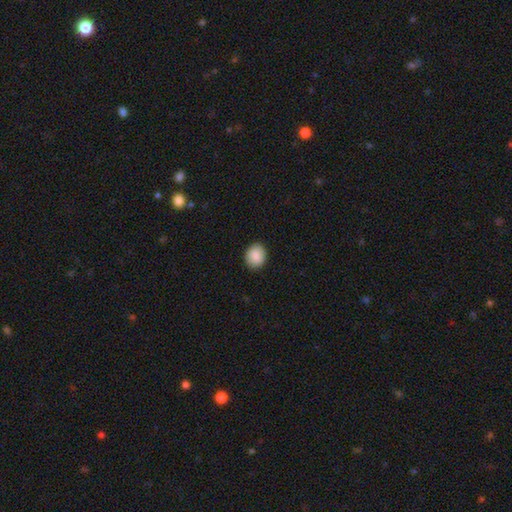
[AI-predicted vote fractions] Morphology: type=smooth (86%); roundness=round (65%); merging=none (89%).